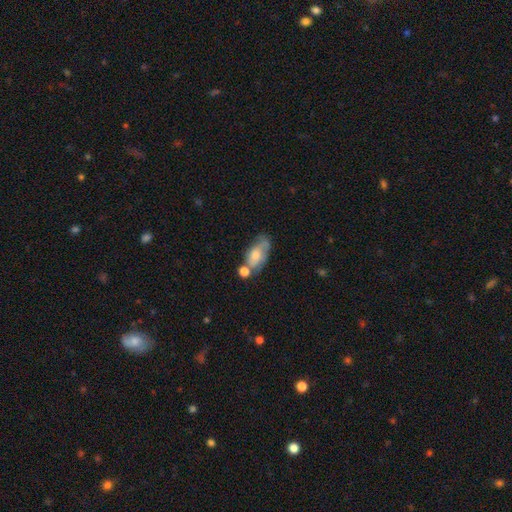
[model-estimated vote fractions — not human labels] A smooth galaxy with no disk features (62%) that is in between round and cigar-shaped (87%). Merging: none (37%).